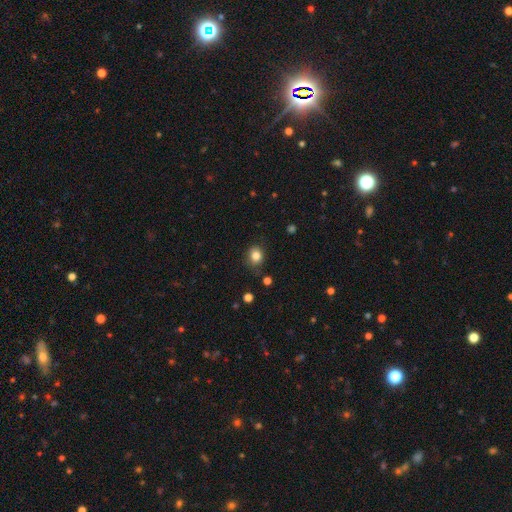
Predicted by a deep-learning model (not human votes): The model was most divided on "how rounded": round: 70%, in between: 29%, cigar-shaped: 1%. More confident: smooth or featured — smooth (83%); merging — none (78%).